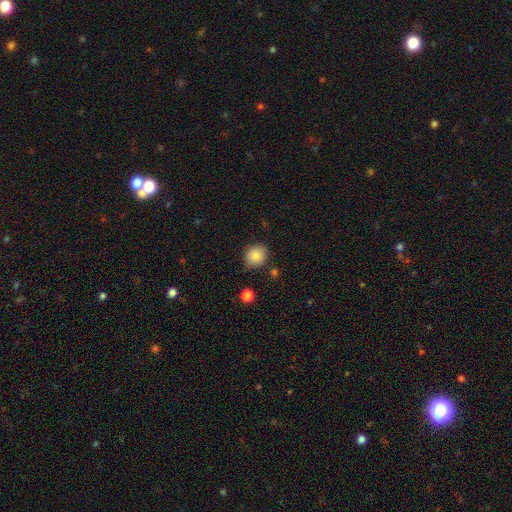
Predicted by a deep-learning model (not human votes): A smooth galaxy with no disk features (86%) that is round (75%).

Vote fractions:
- Smooth or featured? smooth: 86% / star or artifact: 9% / featured or disk: 5%
- How rounded? round: 75% / in between: 24% / cigar-shaped: 1%
- Merging? none: 80% / minor disturbance: 14% / major disturbance: 3% / merger: 3%